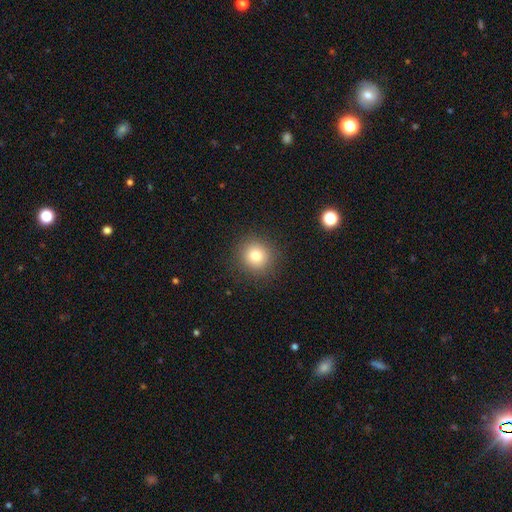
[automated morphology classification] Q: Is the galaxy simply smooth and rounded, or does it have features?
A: smooth — 79%.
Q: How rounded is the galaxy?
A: round — 93%.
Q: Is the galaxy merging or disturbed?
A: none — 90%.